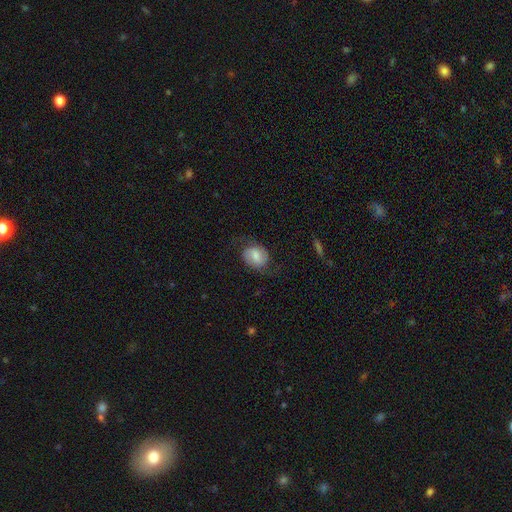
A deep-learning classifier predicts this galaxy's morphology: smooth_or_featured: smooth (p=0.55) [alt: featured or disk p=0.38]
how_rounded: in between (p=0.55) [alt: round p=0.43]
merging: none (p=0.66) [alt: minor disturbance p=0.20]